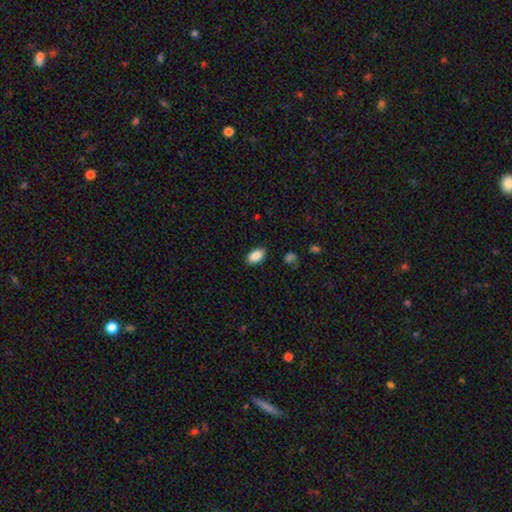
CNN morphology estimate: The model was most divided on "merging": none: 86%, minor disturbance: 11%, major disturbance: 2%, merger: 1%. More confident: how rounded — in between (93%); smooth or featured — smooth (88%).